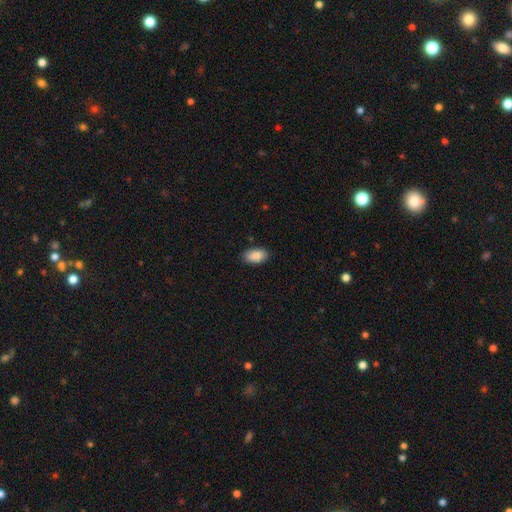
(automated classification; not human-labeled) Smooth or featured: smooth — 90% (star or artifact — 7%)
How rounded: in between — 94% (round — 4%)
Merging: none — 86% (minor disturbance — 10%)